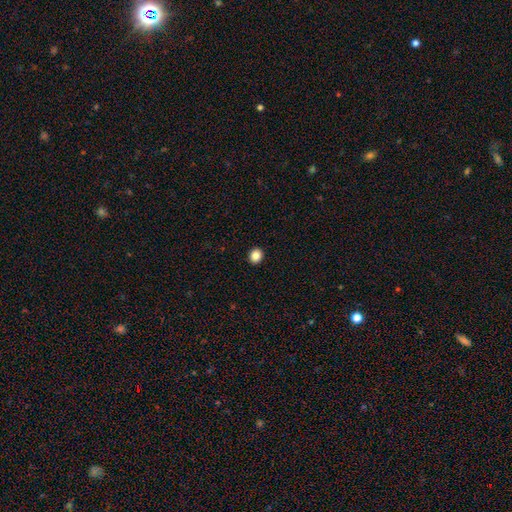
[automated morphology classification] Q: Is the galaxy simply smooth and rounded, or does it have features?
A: smooth — 86%.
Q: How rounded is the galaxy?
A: round — 80%.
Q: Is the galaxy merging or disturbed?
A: none — 93%.